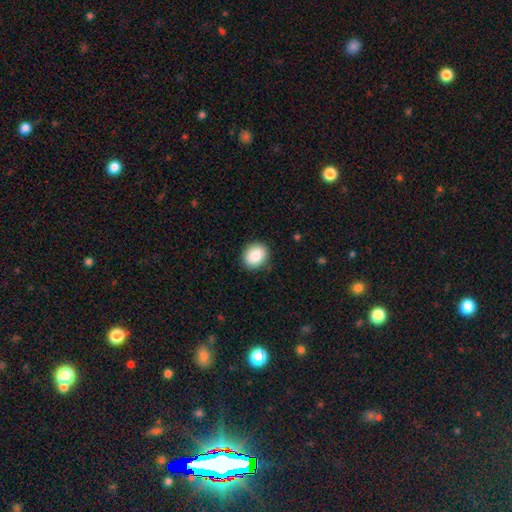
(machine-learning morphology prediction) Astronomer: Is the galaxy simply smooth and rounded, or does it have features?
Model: smooth — 87%.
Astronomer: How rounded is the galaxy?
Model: round — 60% (runner-up: in between, 39%).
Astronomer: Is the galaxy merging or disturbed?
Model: none — 88%.